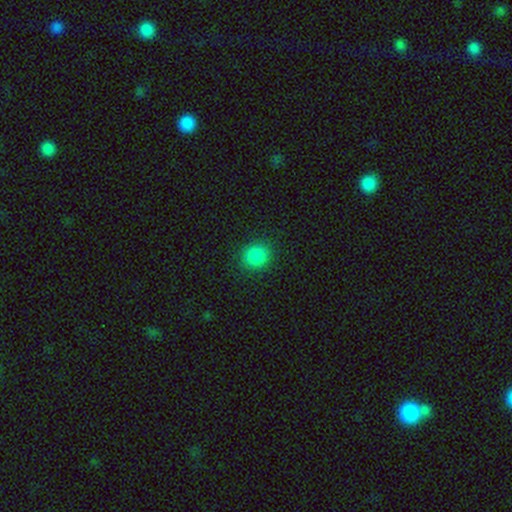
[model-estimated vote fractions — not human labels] Smooth or featured?
  - smooth: 86% *
  - star or artifact: 11%
  - featured or disk: 3%
How rounded?
  - round: 80% *
  - in between: 19%
  - cigar-shaped: 1%
Merging?
  - none: 89% *
  - minor disturbance: 8%
  - major disturbance: 3%
  - merger: 1%